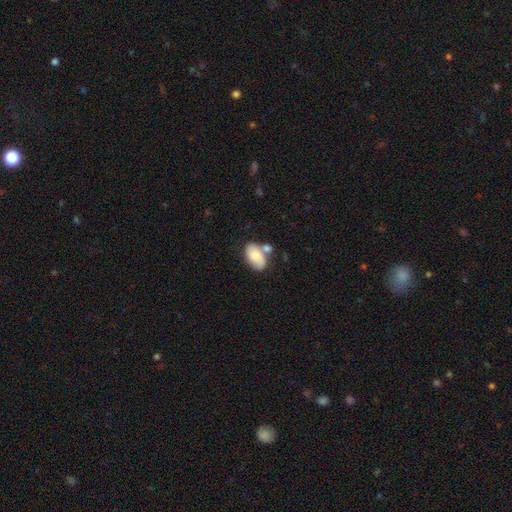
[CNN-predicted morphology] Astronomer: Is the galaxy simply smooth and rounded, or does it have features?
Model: smooth — 69%.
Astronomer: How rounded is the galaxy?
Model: in between — 91%.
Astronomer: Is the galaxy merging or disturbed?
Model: none — 50% (runner-up: merger, 27%).